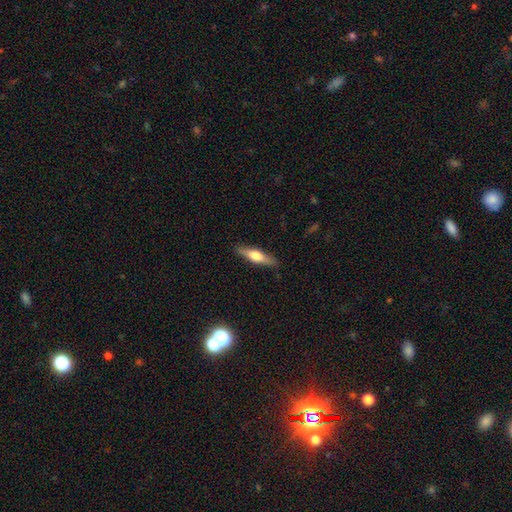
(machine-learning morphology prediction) Smooth or featured: smooth — 47% (tied with featured or disk — 47%)
Merging: none — 88% (minor disturbance — 9%)